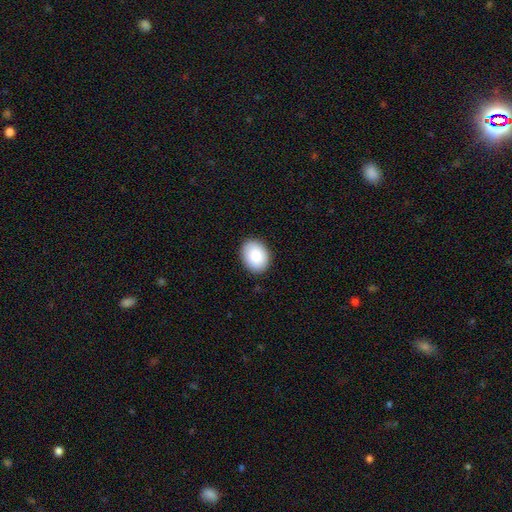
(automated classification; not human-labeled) Smooth or featured? Predicted: smooth (p=0.87). How rounded? Predicted: in between (p=0.64). Merging? Predicted: none (p=0.89).